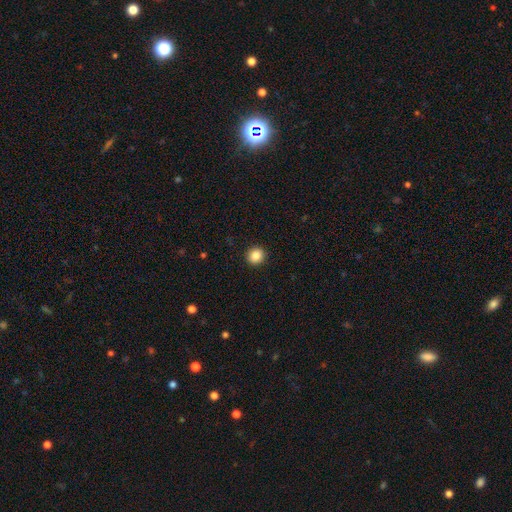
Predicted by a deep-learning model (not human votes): Morphology: type=smooth (86%); roundness=round (89%); merging=none (93%).